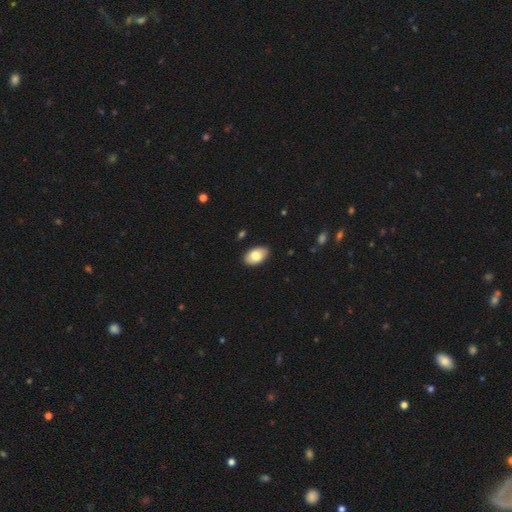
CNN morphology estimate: Q: Smooth or featured?
A: smooth (81%); runner-up: featured or disk (13%)
Q: How rounded?
A: in between (93%); runner-up: round (6%)
Q: Merging?
A: none (85%); runner-up: minor disturbance (12%)